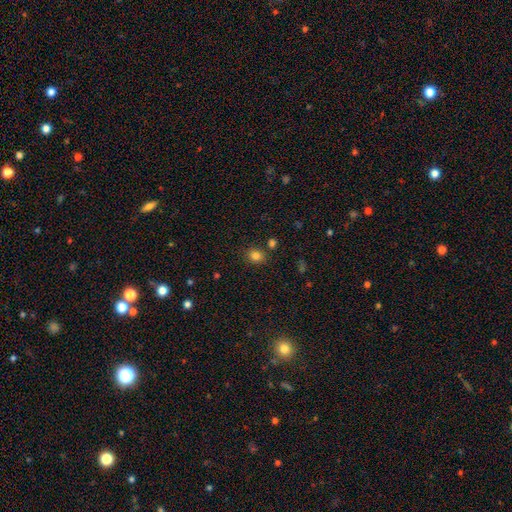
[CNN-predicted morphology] The model was most divided on "how rounded": round: 62%, in between: 37%, cigar-shaped: 1%. More confident: smooth or featured — smooth (82%); merging — none (81%).